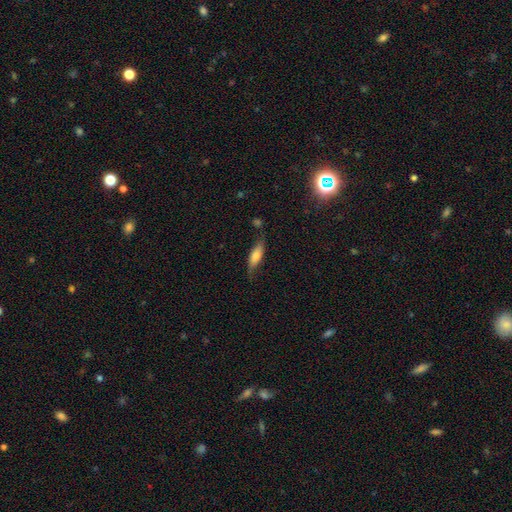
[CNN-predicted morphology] smooth_or_featured: smooth (p=0.66) [alt: featured or disk p=0.27]
how_rounded: in between (p=0.50) [alt: cigar-shaped p=0.48]
merging: none (p=0.65) [alt: minor disturbance p=0.25]